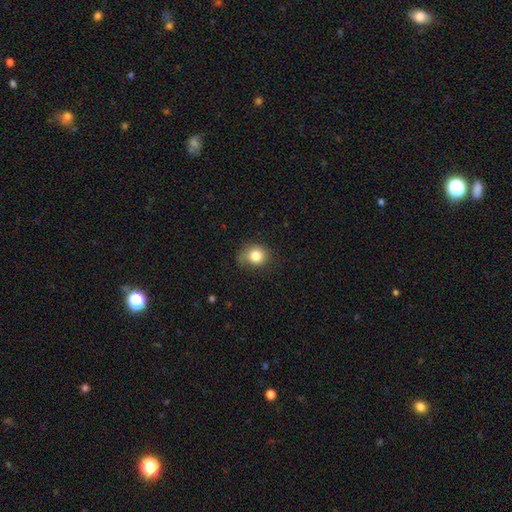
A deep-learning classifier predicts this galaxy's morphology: Overall: smooth (81%). How rounded: round (69%; in between 31%). Merging: none (61%; minor disturbance 28%).